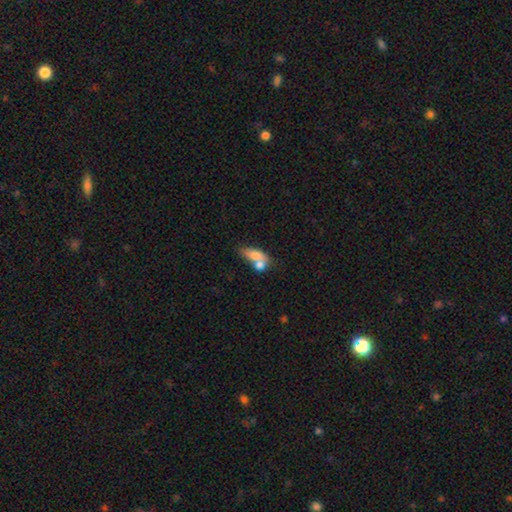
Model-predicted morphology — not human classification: The model was most divided on "merging": merger: 55%, none: 25%, minor disturbance: 12%, major disturbance: 8%. More confident: how rounded — in between (77%); smooth or featured — smooth (72%).